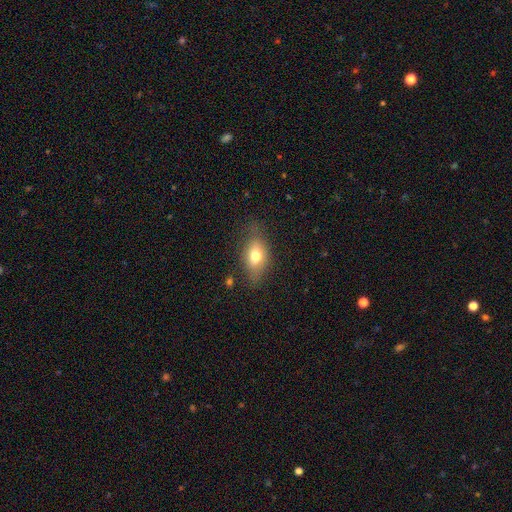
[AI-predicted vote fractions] Smooth or featured: smooth — 72% (featured or disk — 20%)
How rounded: in between — 84% (round — 11%)
Merging: none — 61% (minor disturbance — 27%)